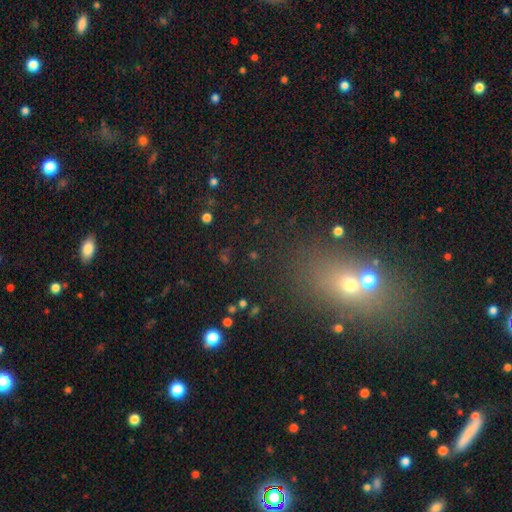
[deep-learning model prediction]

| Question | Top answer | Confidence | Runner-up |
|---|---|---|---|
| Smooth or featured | star or artifact | 47% | smooth (38%) |